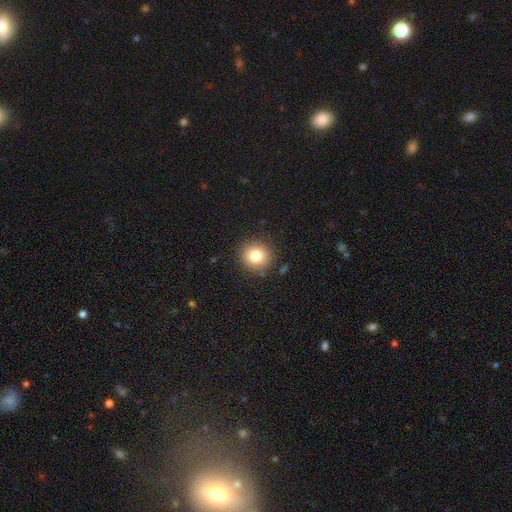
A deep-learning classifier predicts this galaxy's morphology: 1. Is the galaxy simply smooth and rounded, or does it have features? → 80% smooth, 11% star or artifact, 9% featured or disk.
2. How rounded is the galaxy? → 92% round, 7% in between, 1% cigar-shaped.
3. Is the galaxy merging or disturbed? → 89% none, 7% minor disturbance, 2% major disturbance, 2% merger.